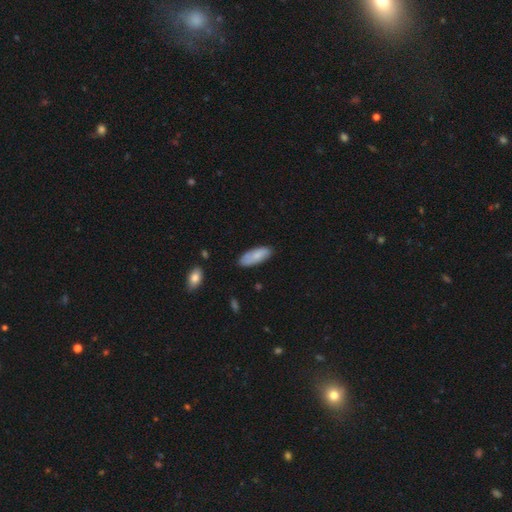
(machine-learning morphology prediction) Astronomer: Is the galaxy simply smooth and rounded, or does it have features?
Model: smooth — 76%.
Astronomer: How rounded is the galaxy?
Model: in between — 75%.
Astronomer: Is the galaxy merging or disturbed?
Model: none — 78%.